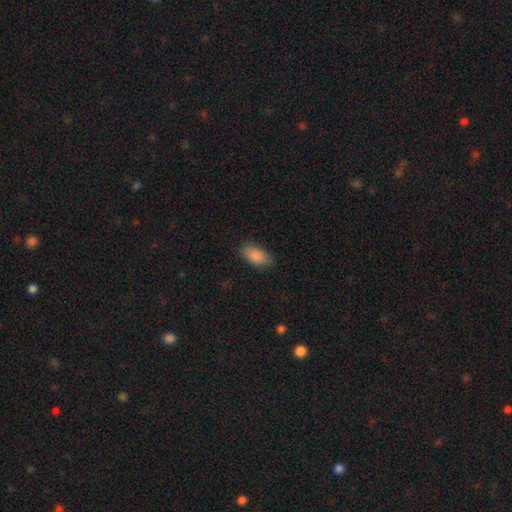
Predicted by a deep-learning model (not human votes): Overall: smooth (88%). How rounded: in between (92%). Merging: none (85%).